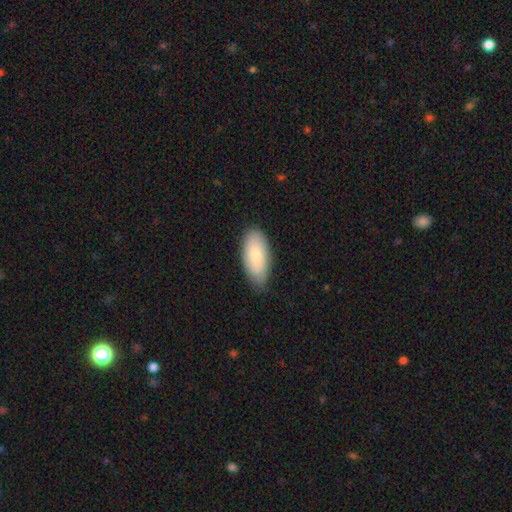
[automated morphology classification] Smooth or featured? smooth (75%)
How rounded? in between (91%)
Merging? none (79%)